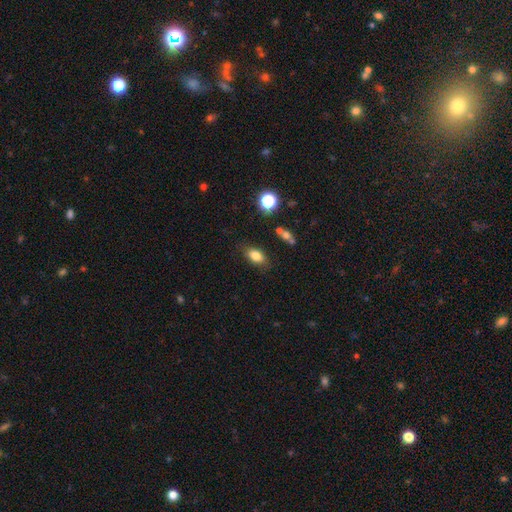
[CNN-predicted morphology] Smooth or featured?
  - smooth: 81% *
  - star or artifact: 10%
  - featured or disk: 9%
How rounded?
  - in between: 85% *
  - round: 11%
  - cigar-shaped: 4%
Merging?
  - none: 79% *
  - minor disturbance: 15%
  - major disturbance: 4%
  - merger: 3%